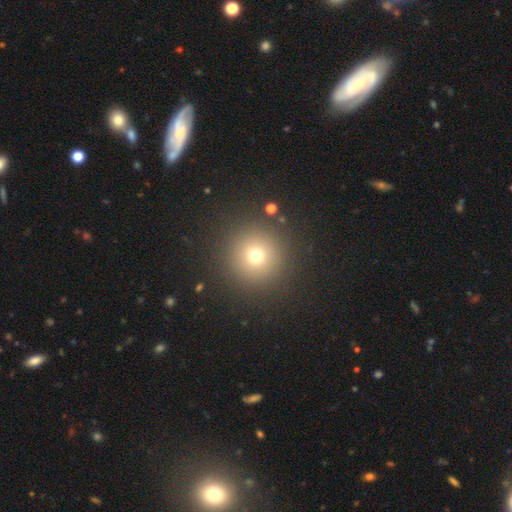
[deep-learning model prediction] This is likely a smooth galaxy (71%). How rounded: clearly round (96%). Merging: clearly none (89%).